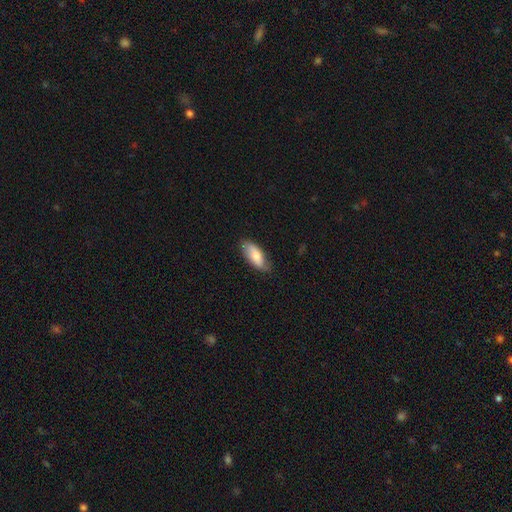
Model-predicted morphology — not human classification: Smooth or featured?
  - smooth: 75% *
  - featured or disk: 19%
  - star or artifact: 6%
How rounded?
  - in between: 81% *
  - cigar-shaped: 17%
  - round: 2%
Merging?
  - none: 76% *
  - minor disturbance: 19%
  - major disturbance: 3%
  - merger: 1%